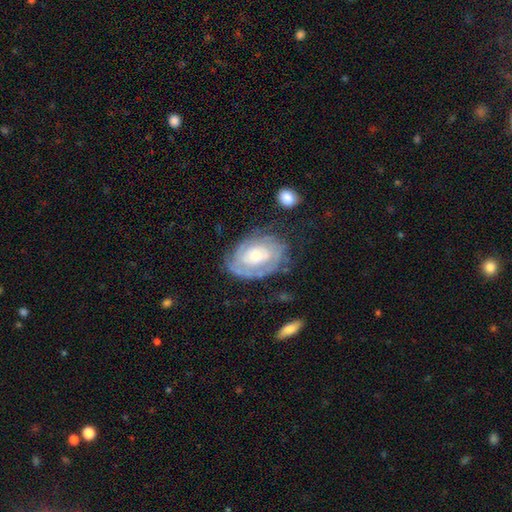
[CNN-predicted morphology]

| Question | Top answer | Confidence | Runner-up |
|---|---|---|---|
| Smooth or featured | featured or disk | 75% | smooth (19%) |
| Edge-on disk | no | 96% | yes (4%) |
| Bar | no | 73% | weak (21%) |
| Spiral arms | yes | 82% | no (18%) |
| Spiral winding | tight | 71% | medium (22%) |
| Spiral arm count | can't tell | 48% | 2 (27%) |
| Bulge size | small | 54% | moderate (37%) |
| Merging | none | 64% | minor disturbance (21%) |